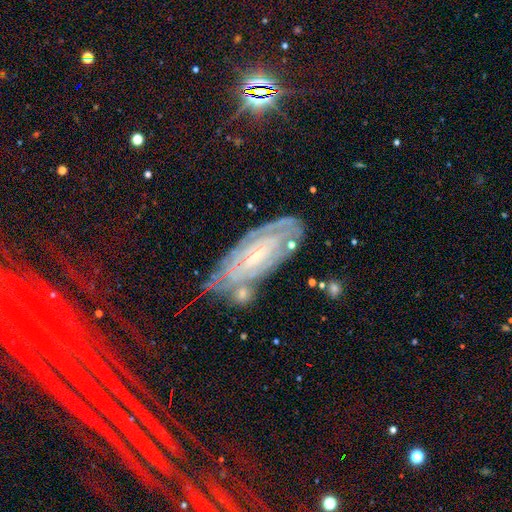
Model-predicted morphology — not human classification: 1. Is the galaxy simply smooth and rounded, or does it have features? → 75% featured or disk, 15% smooth, 10% star or artifact.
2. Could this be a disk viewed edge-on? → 87% no, 13% yes.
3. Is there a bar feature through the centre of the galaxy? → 66% no, 27% weak, 8% strong.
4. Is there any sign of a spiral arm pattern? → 89% yes, 11% no.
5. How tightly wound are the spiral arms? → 76% tight, 18% medium, 6% loose.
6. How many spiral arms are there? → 61% can't tell, 13% 2, 9% 3, 8% 4, 6% more than 4, 5% 1.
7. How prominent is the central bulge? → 76% small, 18% moderate, 4% none, 2% large, 1% dominant.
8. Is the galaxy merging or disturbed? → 66% none, 21% minor disturbance, 7% major disturbance, 6% merger.